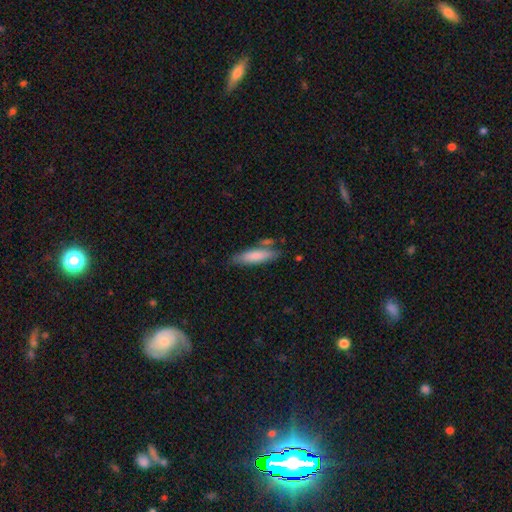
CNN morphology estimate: smooth 78%, featured or disk 16%, star or artifact 6%. Down the decision tree: how rounded — cigar-shaped (62%); merging — none (67%).